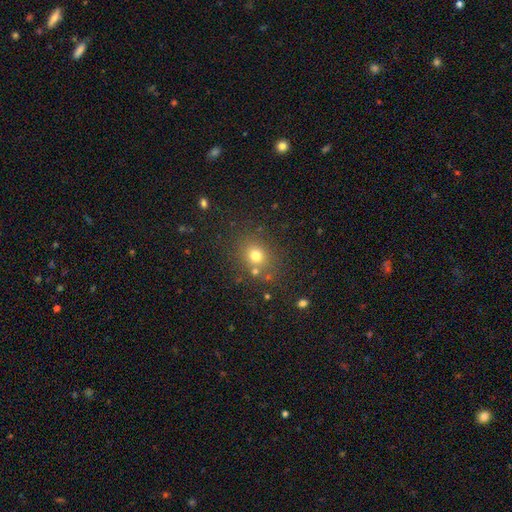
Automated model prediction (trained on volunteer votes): The model was most divided on "how rounded": round: 73%, in between: 26%, cigar-shaped: 1%. More confident: merging — none (78%); smooth or featured — smooth (72%).